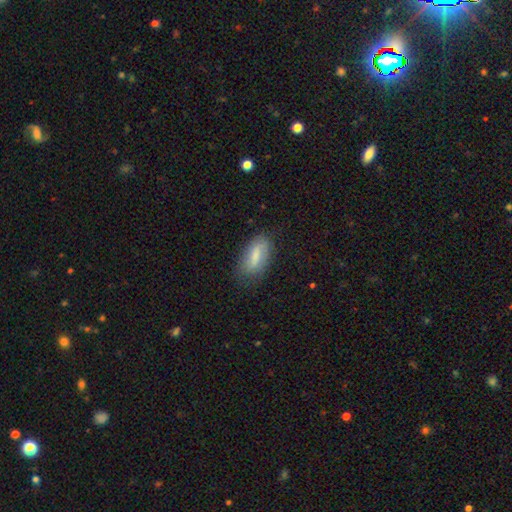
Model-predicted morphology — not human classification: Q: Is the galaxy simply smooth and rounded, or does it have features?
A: smooth — 76%.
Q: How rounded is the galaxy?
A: in between — 83%.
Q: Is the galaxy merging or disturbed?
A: none — 71%.